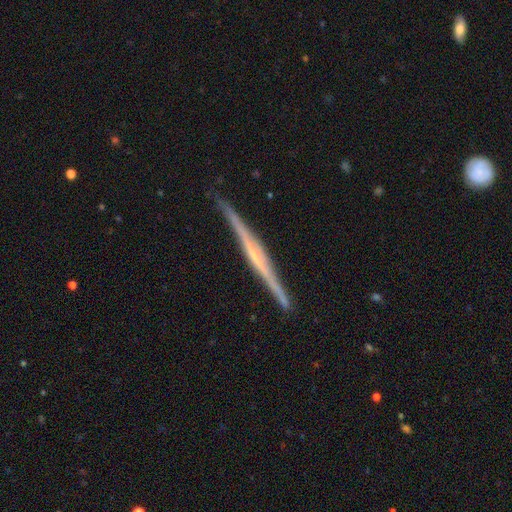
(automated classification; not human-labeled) Smooth or featured? featured or disk (82%)
Edge-on disk? yes (98%)
Edge-on bulge? rounded (46%)
Merging? none (89%)